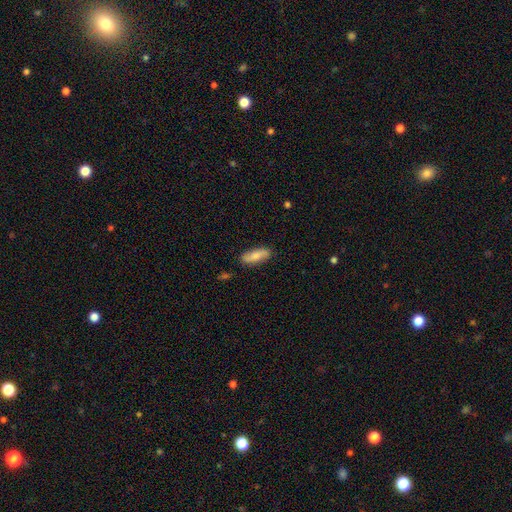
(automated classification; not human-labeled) A smooth galaxy with no disk features (74%) that is in between round and cigar-shaped (66%).

Vote fractions:
- Smooth or featured? smooth: 74% / featured or disk: 21% / star or artifact: 6%
- How rounded? in between: 66% / cigar-shaped: 31% / round: 3%
- Merging? none: 84% / minor disturbance: 12% / major disturbance: 2% / merger: 1%